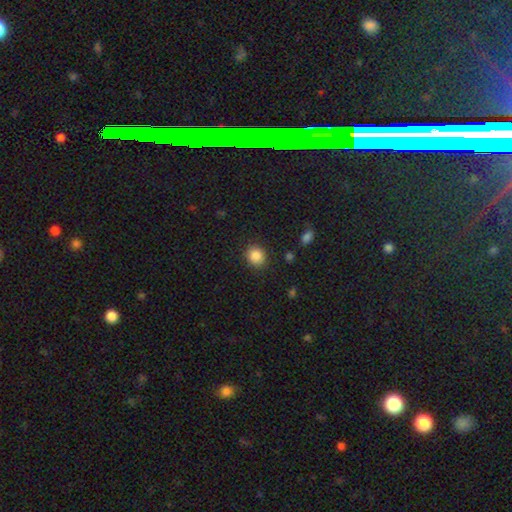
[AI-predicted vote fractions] A smooth galaxy with no disk features (87%) that is round (80%). Merging: none (88%).